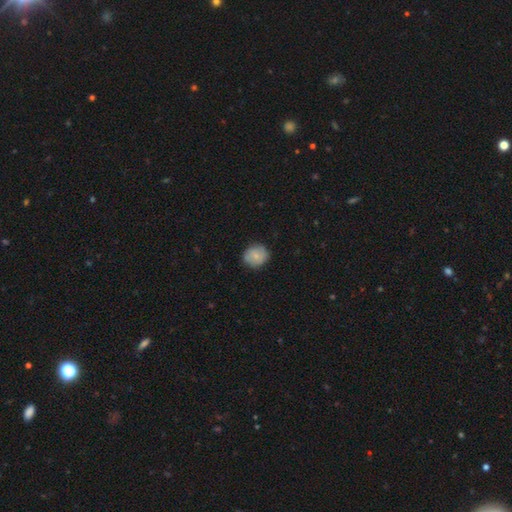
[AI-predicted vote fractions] smooth 78%, featured or disk 15%, star or artifact 8%. Down the decision tree: how rounded — round (80%); merging — none (84%).